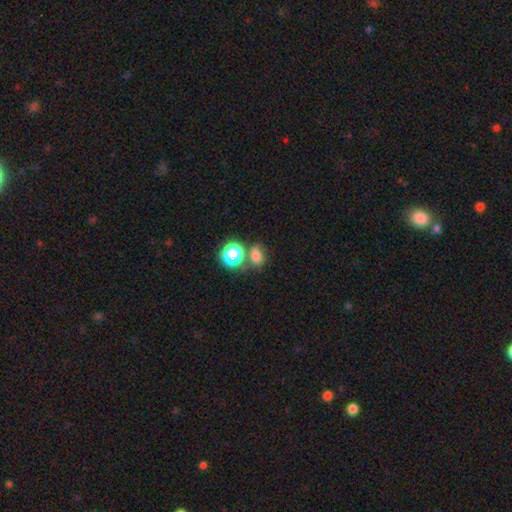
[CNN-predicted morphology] Smooth or featured? Predicted: smooth (p=0.68). How rounded? Predicted: in between (p=0.50). Merging? Predicted: none (p=0.54).